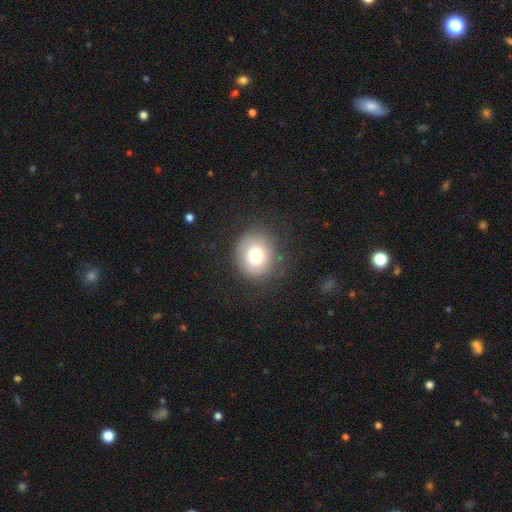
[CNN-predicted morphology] smooth 75%, featured or disk 15%, star or artifact 11%. Down the decision tree: how rounded — round (81%); merging — none (80%).